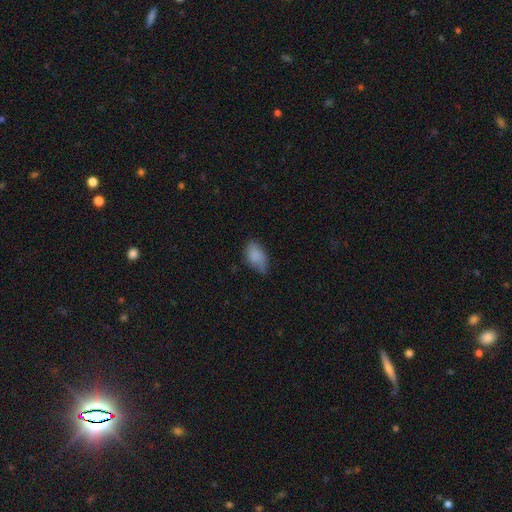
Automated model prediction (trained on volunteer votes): Morphology: type=smooth (83%); roundness=in between (92%); merging=none (55%).